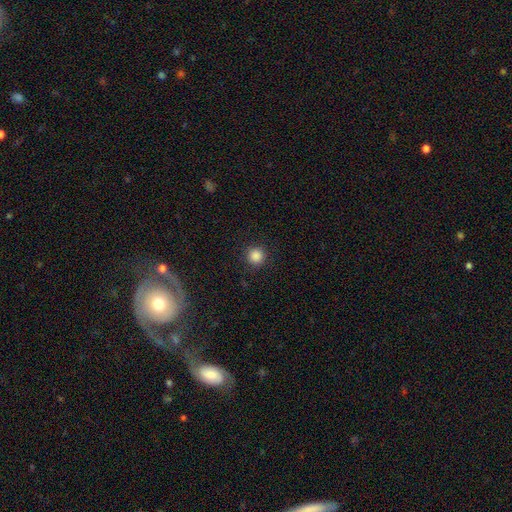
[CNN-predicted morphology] This appears to be a smooth galaxy with no disk features (86%) that is round (95%). Merging: none (91%).